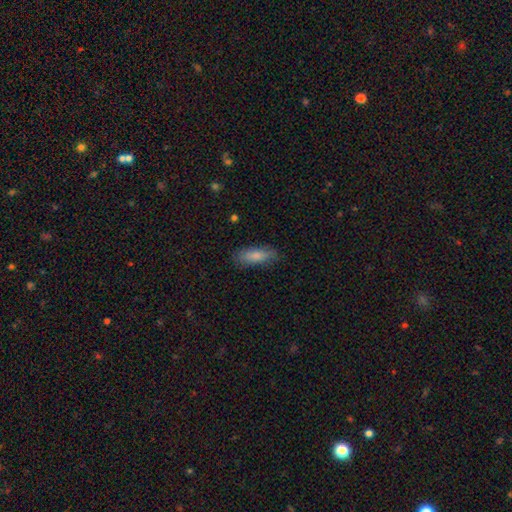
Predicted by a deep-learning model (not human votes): Morphology: type=smooth (81%); roundness=in between (62%); merging=none (80%).